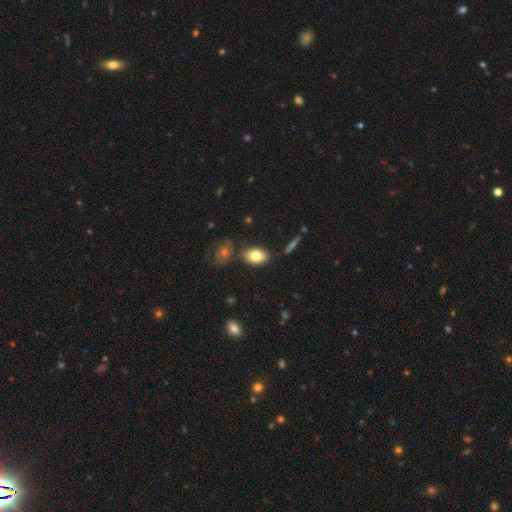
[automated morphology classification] This is likely a smooth galaxy (78%). How rounded: clearly in between (87%). Merging: likely none (79%).